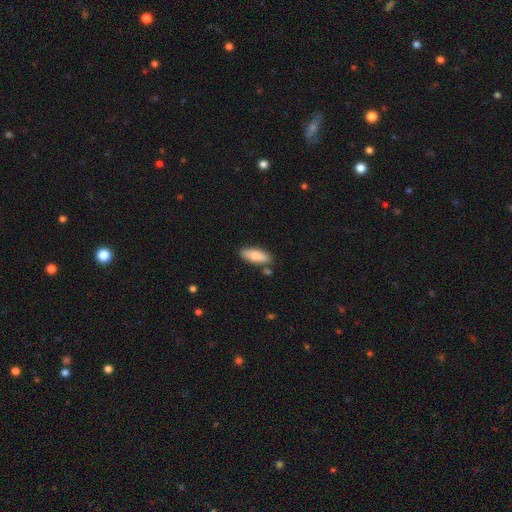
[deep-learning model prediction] Smooth or featured? Predicted: smooth (p=0.82). How rounded? Predicted: in between (p=0.72). Merging? Predicted: none (p=0.80).